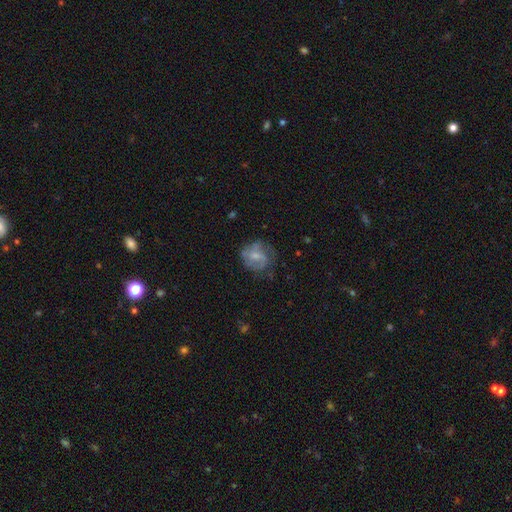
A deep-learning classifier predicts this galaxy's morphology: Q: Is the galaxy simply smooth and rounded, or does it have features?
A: featured or disk — 50%.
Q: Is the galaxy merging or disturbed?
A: none — 57%.